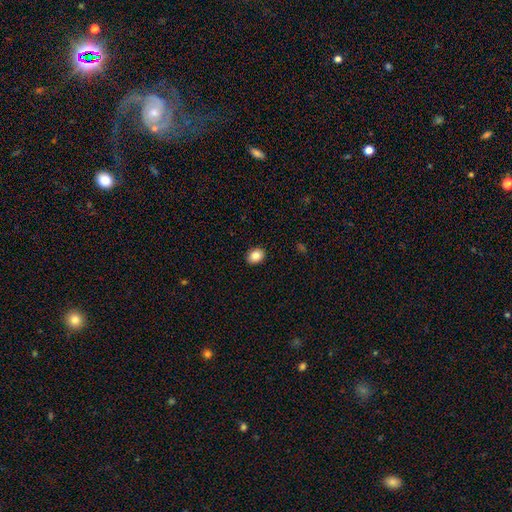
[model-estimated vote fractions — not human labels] smooth-or-featured: smooth: 85% | star or artifact: 9% | featured or disk: 6%
  how-rounded: in between: 59% | round: 40% | cigar-shaped: 1%
  merging: none: 90% | minor disturbance: 7% | major disturbance: 2% | merger: 1%